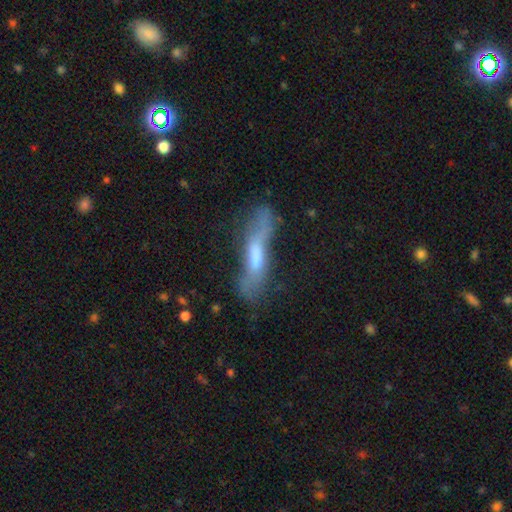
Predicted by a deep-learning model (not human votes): Smooth or featured: smooth — 48% (featured or disk — 43%)
Merging: none — 36% (major disturbance — 30%)